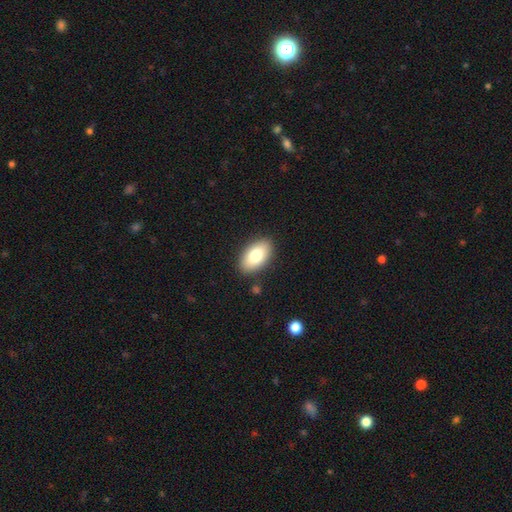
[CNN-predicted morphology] Smooth or featured? smooth (79%)
How rounded? in between (94%)
Merging? none (87%)